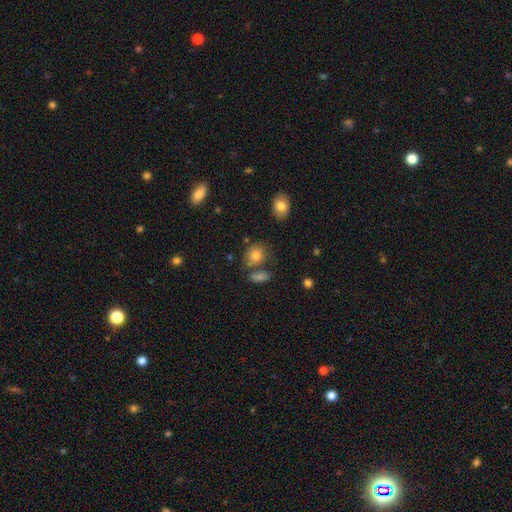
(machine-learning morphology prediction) A smooth galaxy with no disk features (79%) that is round (53%).

Vote fractions:
- Smooth or featured? smooth: 79% / featured or disk: 11% / star or artifact: 10%
- How rounded? round: 53% / in between: 46% / cigar-shaped: 2%
- Merging? none: 61% / minor disturbance: 18% / merger: 15% / major disturbance: 6%